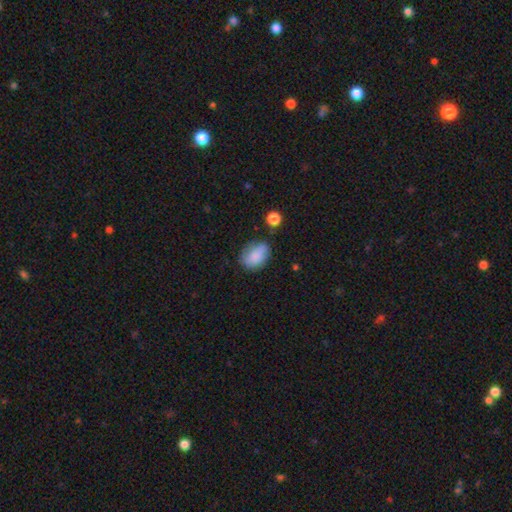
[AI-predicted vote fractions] Smooth or featured?
  - smooth: 81% *
  - featured or disk: 11%
  - star or artifact: 8%
How rounded?
  - in between: 80% *
  - round: 19%
  - cigar-shaped: 1%
Merging?
  - none: 58% *
  - minor disturbance: 30%
  - major disturbance: 8%
  - merger: 4%